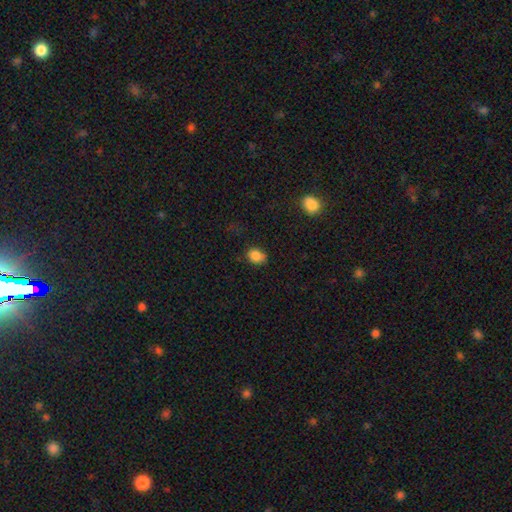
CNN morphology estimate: Smooth or featured?
  - smooth: 84% *
  - star or artifact: 10%
  - featured or disk: 5%
How rounded?
  - round: 50% *
  - in between: 49%
  - cigar-shaped: 1%
Merging?
  - none: 72% *
  - minor disturbance: 21%
  - major disturbance: 5%
  - merger: 2%